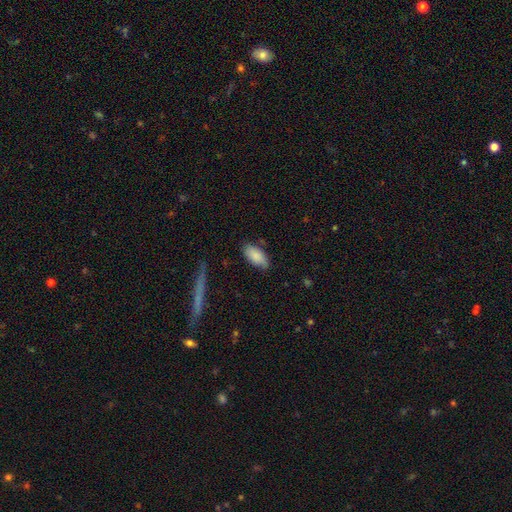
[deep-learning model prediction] Smooth or featured? smooth (86%)
How rounded? in between (92%)
Merging? none (76%)